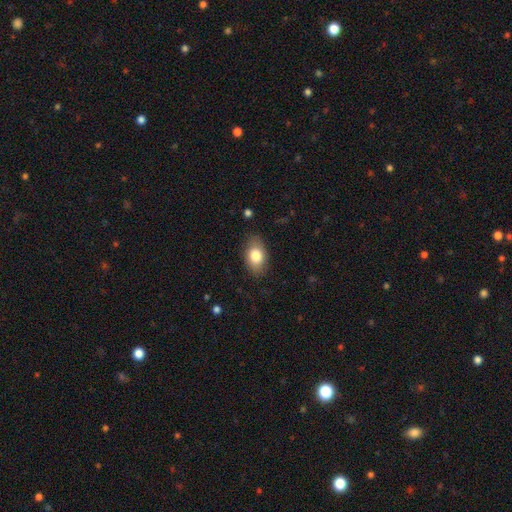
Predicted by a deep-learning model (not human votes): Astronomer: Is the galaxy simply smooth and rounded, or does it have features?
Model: smooth — 80%.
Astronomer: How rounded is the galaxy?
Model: in between — 87%.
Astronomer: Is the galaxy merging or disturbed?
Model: none — 82%.